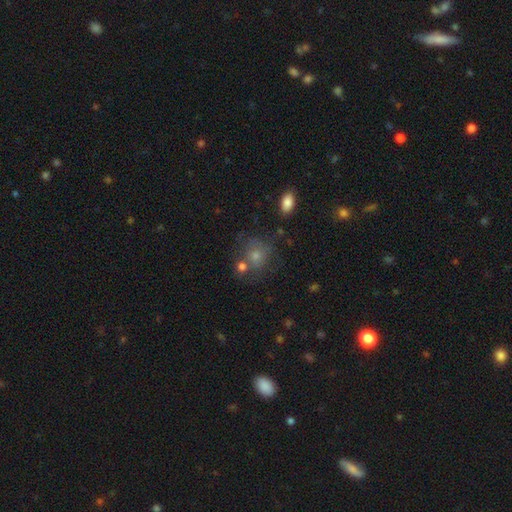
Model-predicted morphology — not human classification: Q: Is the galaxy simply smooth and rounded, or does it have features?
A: smooth — 53%.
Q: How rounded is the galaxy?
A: round — 81%.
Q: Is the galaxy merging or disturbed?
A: none — 65%.